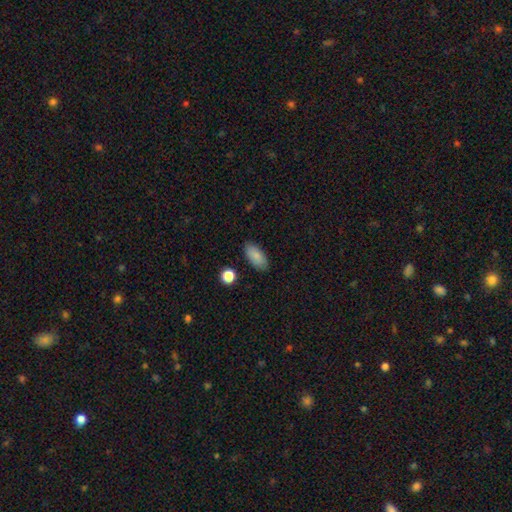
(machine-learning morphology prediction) smooth-or-featured: smooth: 84% | featured or disk: 8% | star or artifact: 7%
  how-rounded: in between: 91% | cigar-shaped: 6% | round: 3%
  merging: none: 86% | minor disturbance: 10% | major disturbance: 2% | merger: 2%